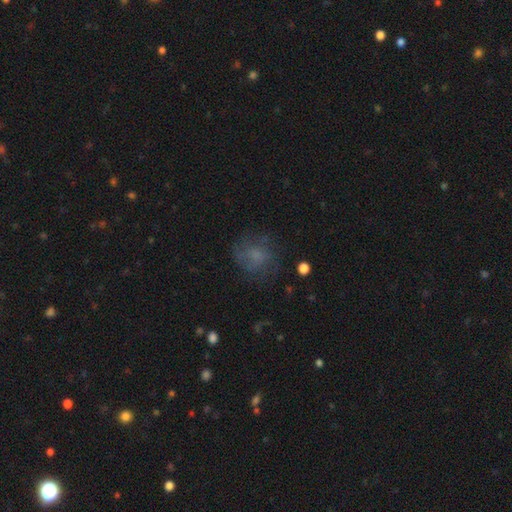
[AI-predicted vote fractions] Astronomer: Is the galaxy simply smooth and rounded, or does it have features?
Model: smooth — 57%.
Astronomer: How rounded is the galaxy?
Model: round — 75%.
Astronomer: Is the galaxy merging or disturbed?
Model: none — 63%.